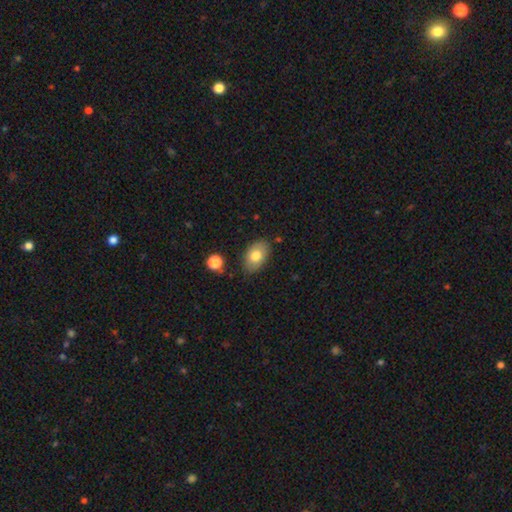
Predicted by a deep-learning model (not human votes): Smooth or featured? Predicted: smooth (p=0.75). How rounded? Predicted: in between (p=0.88). Merging? Predicted: none (p=0.79).